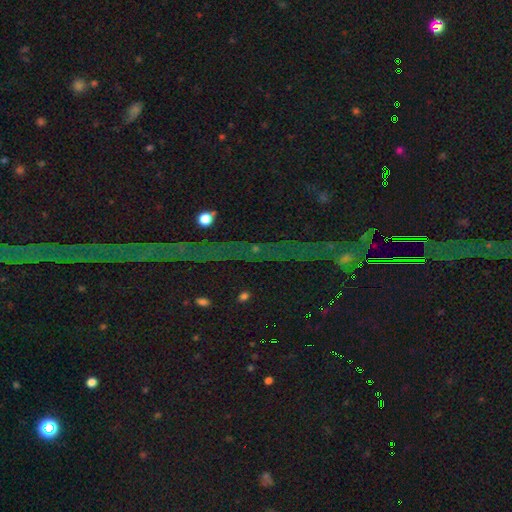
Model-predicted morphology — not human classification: A star or artifact, not a galaxy (84%).